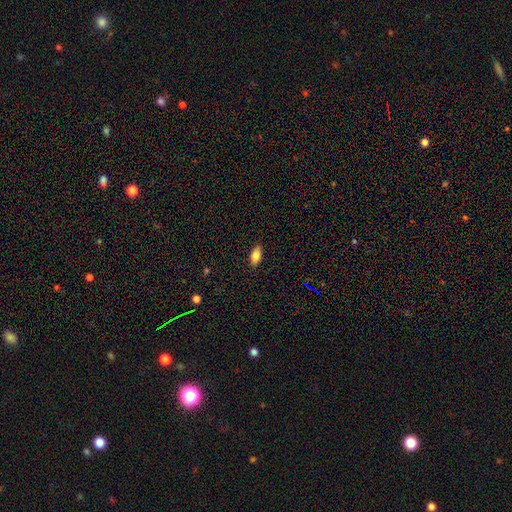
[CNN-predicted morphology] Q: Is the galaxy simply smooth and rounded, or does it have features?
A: smooth — 83%.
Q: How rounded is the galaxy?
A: in between — 89%.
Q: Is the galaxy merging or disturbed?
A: none — 88%.